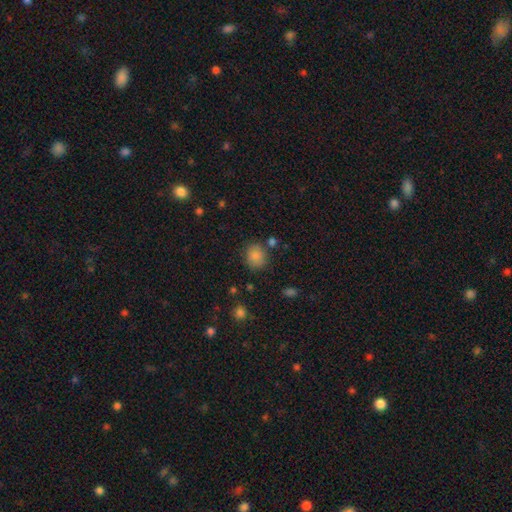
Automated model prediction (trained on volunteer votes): Q: Smooth or featured?
A: smooth (84%); runner-up: star or artifact (10%)
Q: How rounded?
A: round (72%); runner-up: in between (27%)
Q: Merging?
A: none (78%); runner-up: minor disturbance (13%)